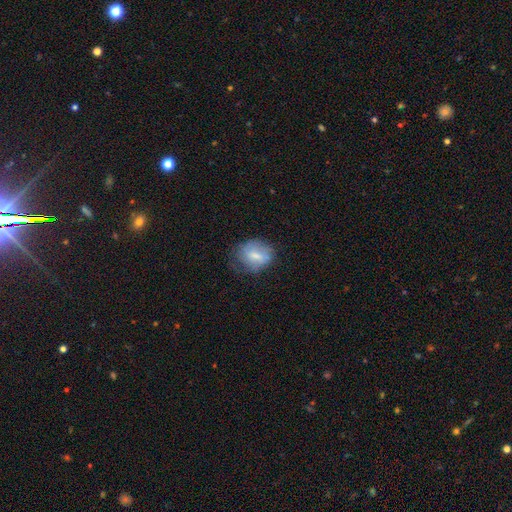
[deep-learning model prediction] This is likely a smooth galaxy (62%). How rounded: possibly in between (55%). Merging: possibly none (53%).